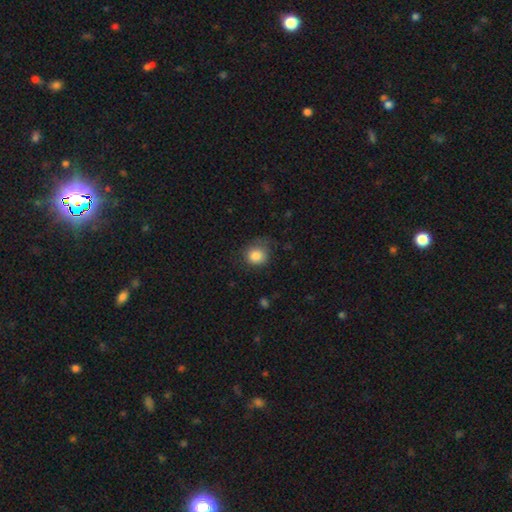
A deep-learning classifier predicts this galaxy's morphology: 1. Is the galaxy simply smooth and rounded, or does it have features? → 86% smooth, 9% star or artifact, 6% featured or disk.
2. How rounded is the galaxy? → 81% round, 18% in between, 1% cigar-shaped.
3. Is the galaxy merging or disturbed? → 60% none, 27% minor disturbance, 11% major disturbance, 1% merger.